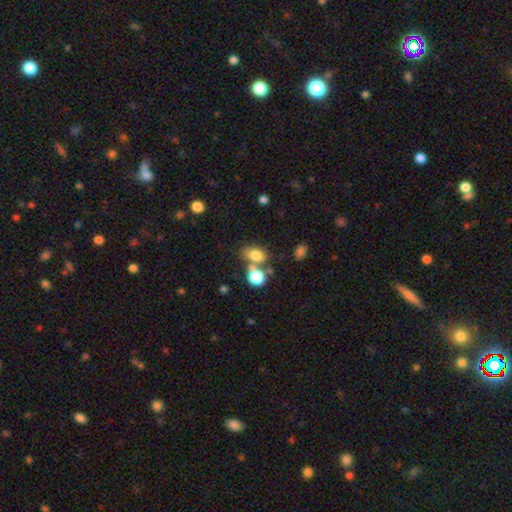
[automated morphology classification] Smooth or featured?
  - smooth: 76% *
  - star or artifact: 13%
  - featured or disk: 11%
How rounded?
  - in between: 76% *
  - round: 22%
  - cigar-shaped: 2%
Merging?
  - none: 50% *
  - merger: 31%
  - minor disturbance: 13%
  - major disturbance: 6%